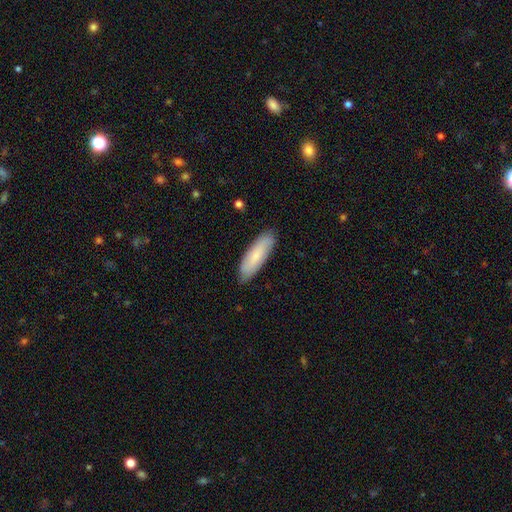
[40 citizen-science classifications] smooth-or-featured: smooth: 62% | featured or disk: 35% | star or artifact: 2%
  how-rounded: cigar-shaped: 64% | in between: 36% | round: 0%
  merging: none: 87% | minor disturbance: 10% | major disturbance: 3% | merger: 0%